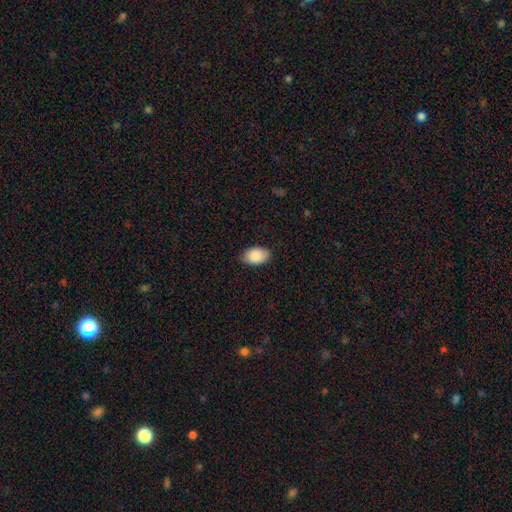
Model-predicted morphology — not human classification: Overall: smooth (89%). How rounded: in between (90%). Merging: none (85%).